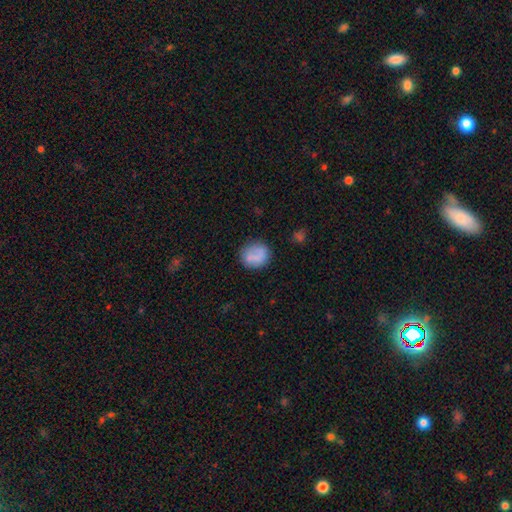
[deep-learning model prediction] smooth-or-featured: smooth: 76% | featured or disk: 16% | star or artifact: 8%
  how-rounded: round: 78% | in between: 20% | cigar-shaped: 1%
  merging: none: 70% | minor disturbance: 17% | merger: 7% | major disturbance: 6%